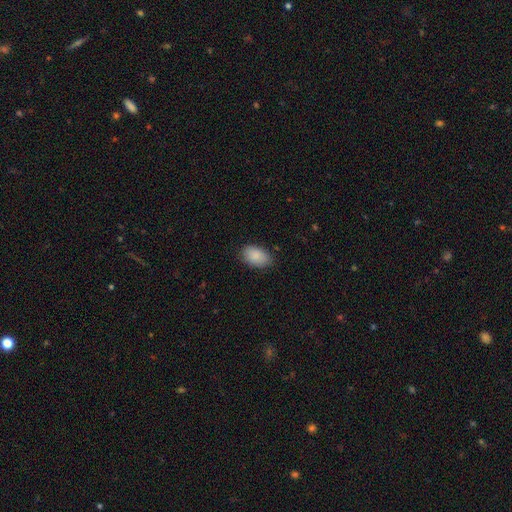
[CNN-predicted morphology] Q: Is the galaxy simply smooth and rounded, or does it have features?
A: smooth — 89%.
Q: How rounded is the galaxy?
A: in between — 92%.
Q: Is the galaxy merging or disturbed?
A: none — 82%.